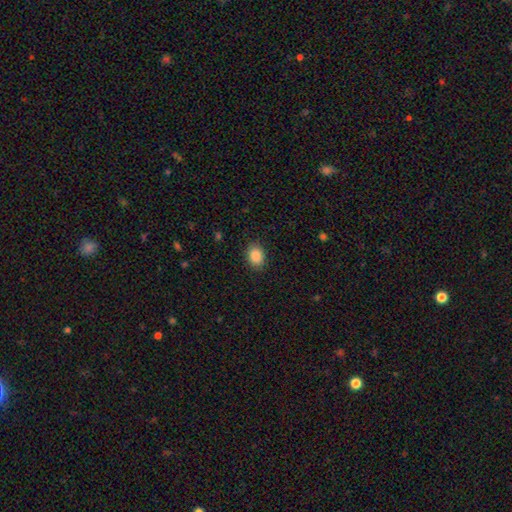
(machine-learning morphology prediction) This appears to be a smooth galaxy with no disk features (87%) that is in between round and cigar-shaped (64%). Merging: none (87%).